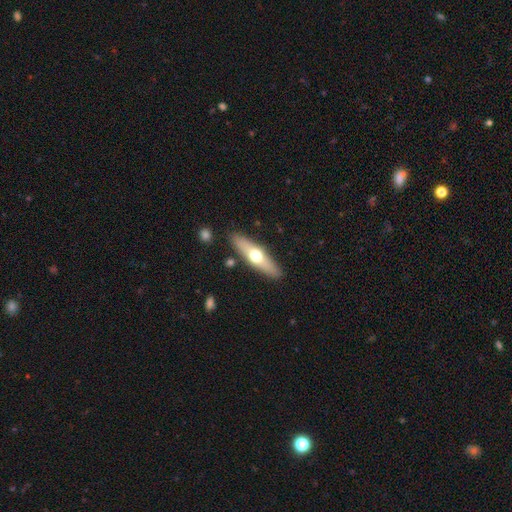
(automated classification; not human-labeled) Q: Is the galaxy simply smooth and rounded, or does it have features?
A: featured or disk — 48%.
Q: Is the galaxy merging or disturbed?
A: none — 88%.